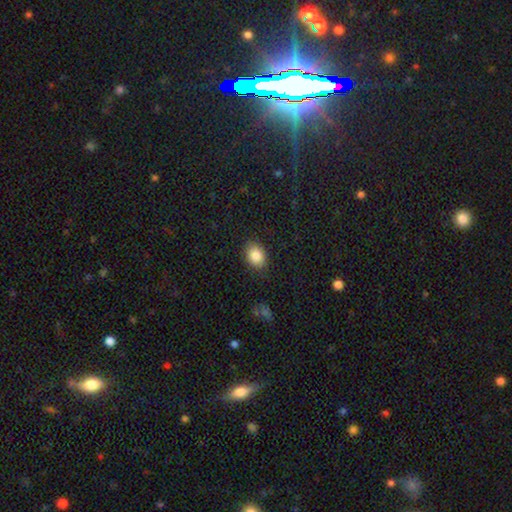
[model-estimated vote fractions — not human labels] This appears to be a smooth galaxy with no disk features (86%) that is in between round and cigar-shaped (65%). Merging: none (85%).